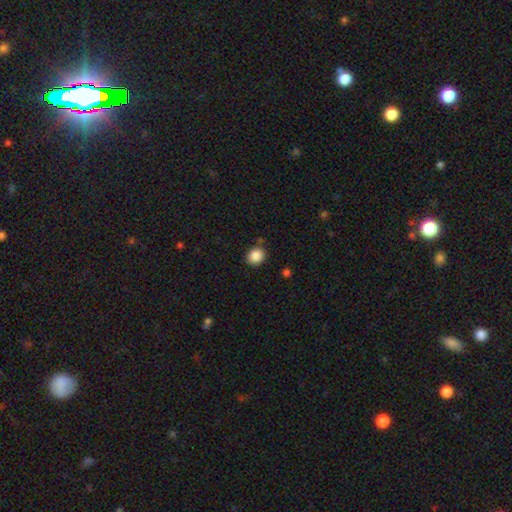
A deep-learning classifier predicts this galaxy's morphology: Smooth or featured: smooth — 87% (star or artifact — 9%)
How rounded: round — 72% (in between — 27%)
Merging: none — 85% (minor disturbance — 9%)